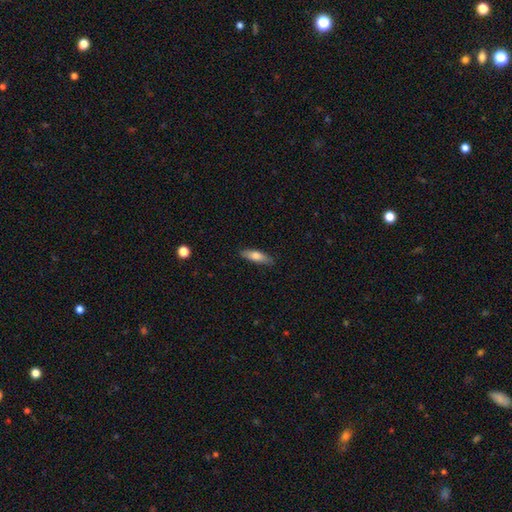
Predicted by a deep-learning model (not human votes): smooth-or-featured: smooth: 72% | featured or disk: 22% | star or artifact: 6%
  how-rounded: cigar-shaped: 56% | in between: 42% | round: 2%
  merging: none: 84% | minor disturbance: 13% | major disturbance: 2% | merger: 1%